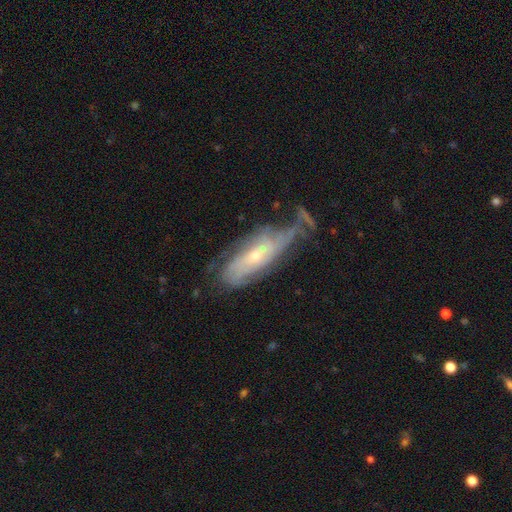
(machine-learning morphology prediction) smooth_or_featured: featured or disk (p=0.76) [alt: smooth p=0.17]
disk_edge_on: no (p=0.83) [alt: yes p=0.17]
bar: no (p=0.64) [alt: weak p=0.28]
has_spiral_arms: yes (p=0.86) [alt: no p=0.14]
spiral_winding: tight (p=0.55) [alt: medium p=0.30]
spiral_arm_count: can't tell (p=0.54) [alt: 2 p=0.20]
bulge_size: small (p=0.64) [alt: moderate p=0.32]
merging: none (p=0.42) [alt: minor disturbance p=0.28]